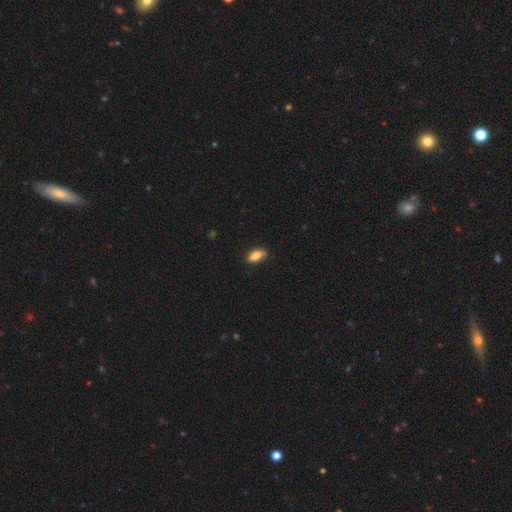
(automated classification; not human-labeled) Morphology: type=smooth (84%); roundness=in between (84%); merging=none (80%).